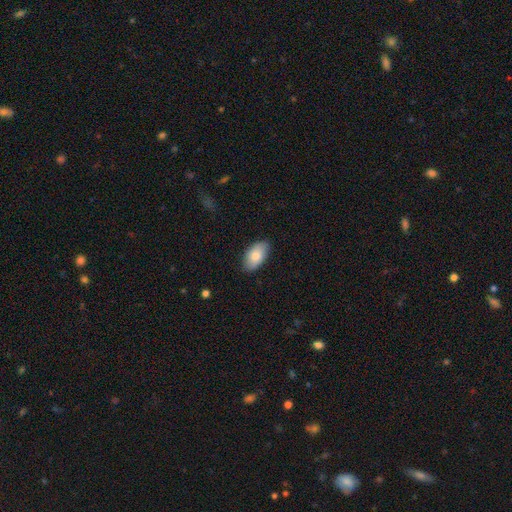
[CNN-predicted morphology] Smooth or featured: smooth — 80% (featured or disk — 14%)
How rounded: in between — 95% (round — 3%)
Merging: none — 85% (minor disturbance — 12%)